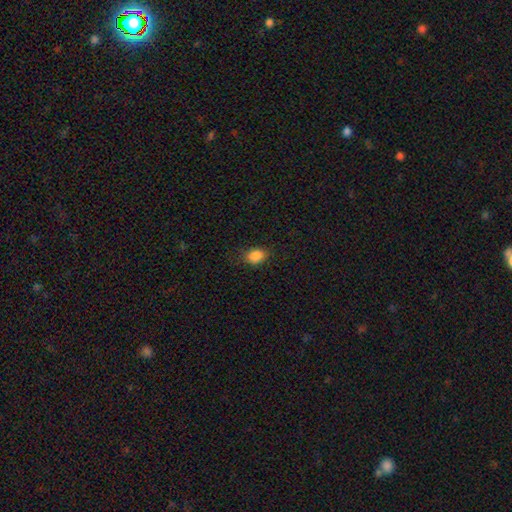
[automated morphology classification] smooth_or_featured: smooth (p=0.86) [alt: star or artifact p=0.10]
how_rounded: in between (p=0.64) [alt: round p=0.35]
merging: none (p=0.81) [alt: minor disturbance p=0.14]